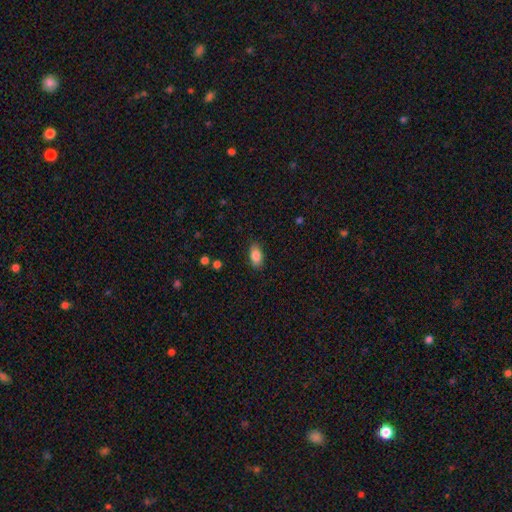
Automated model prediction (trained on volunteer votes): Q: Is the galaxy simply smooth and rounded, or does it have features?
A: smooth — 87%.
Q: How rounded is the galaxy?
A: in between — 90%.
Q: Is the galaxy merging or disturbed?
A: none — 86%.